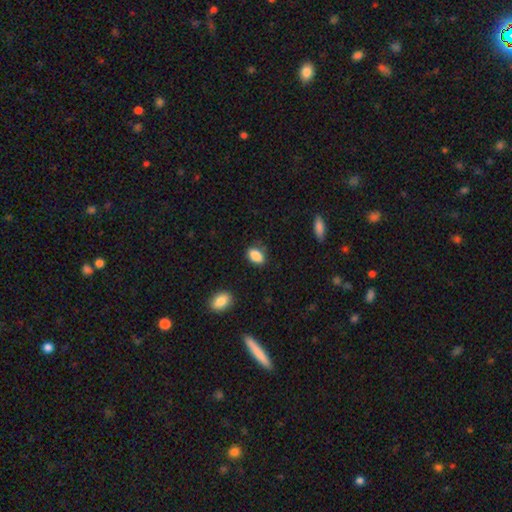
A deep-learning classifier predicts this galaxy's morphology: The model was most divided on "merging": none: 79%, minor disturbance: 15%, major disturbance: 3%, merger: 2%. More confident: smooth or featured — smooth (88%); how rounded — in between (88%).